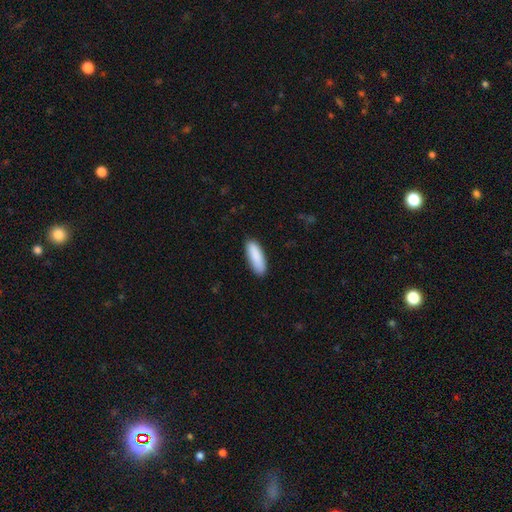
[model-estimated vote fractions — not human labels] A smooth galaxy with no disk features (90%) that is in between round and cigar-shaped (56%). Merging: none (88%).